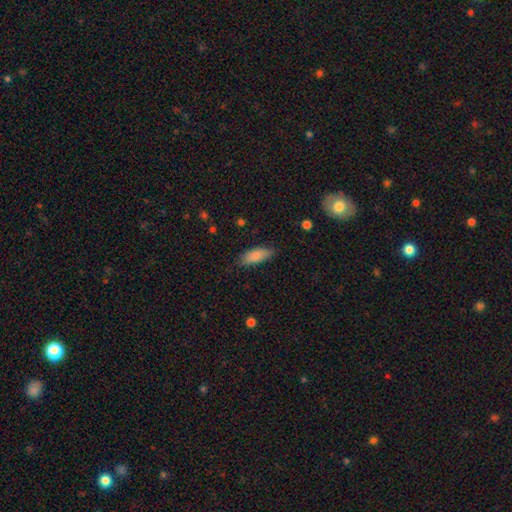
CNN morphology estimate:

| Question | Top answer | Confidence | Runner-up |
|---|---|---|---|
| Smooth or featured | smooth | 85% | featured or disk (9%) |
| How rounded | in between | 74% | cigar-shaped (24%) |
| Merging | none | 77% | minor disturbance (18%) |